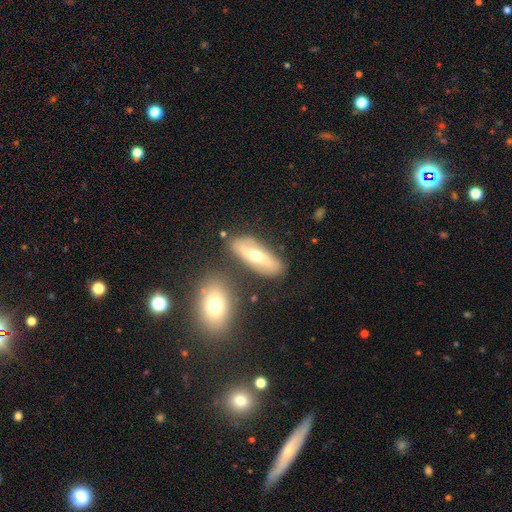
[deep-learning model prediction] Q: Smooth or featured?
A: featured or disk (51%); runner-up: smooth (42%)
Q: Edge-on disk?
A: no (68%); runner-up: yes (32%)
Q: Merging?
A: none (77%); runner-up: minor disturbance (13%)